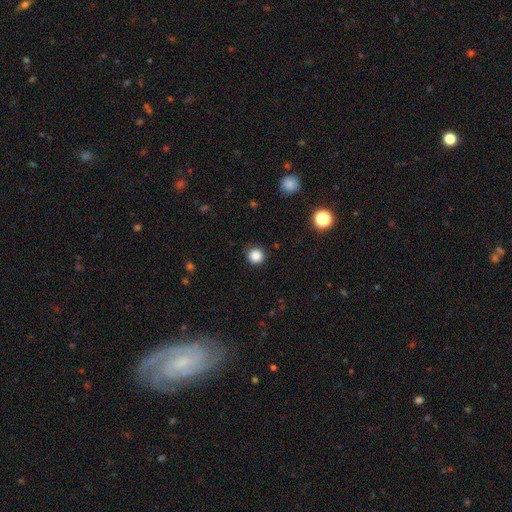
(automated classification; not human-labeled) This appears to be a smooth galaxy with no disk features (86%) that is round (94%). Merging: none (89%).